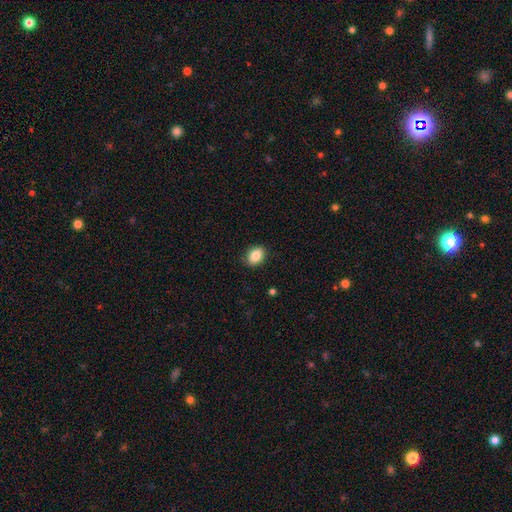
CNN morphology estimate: A smooth galaxy with no disk features (86%) that is in between round and cigar-shaped (73%). Merging: none (88%).